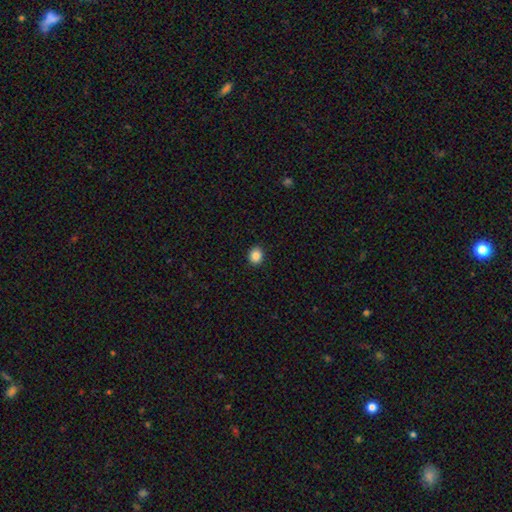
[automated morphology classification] This is clearly a smooth galaxy (86%). How rounded: likely round (73%). Merging: clearly none (92%).